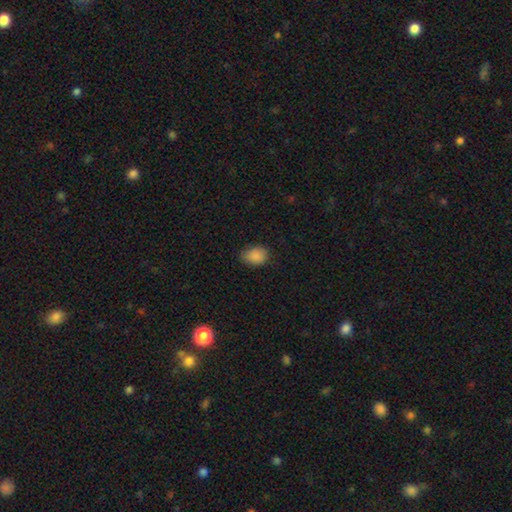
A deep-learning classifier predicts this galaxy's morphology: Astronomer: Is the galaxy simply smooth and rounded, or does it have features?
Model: smooth — 87%.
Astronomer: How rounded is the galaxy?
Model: in between — 72%.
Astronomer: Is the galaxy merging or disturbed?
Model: none — 74%.